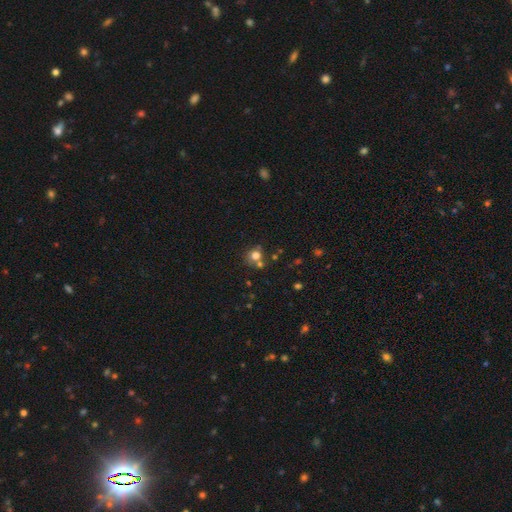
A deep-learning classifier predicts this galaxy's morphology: Overall: smooth (73%). How rounded: round (86%). Merging: none (58%; merger 29%).